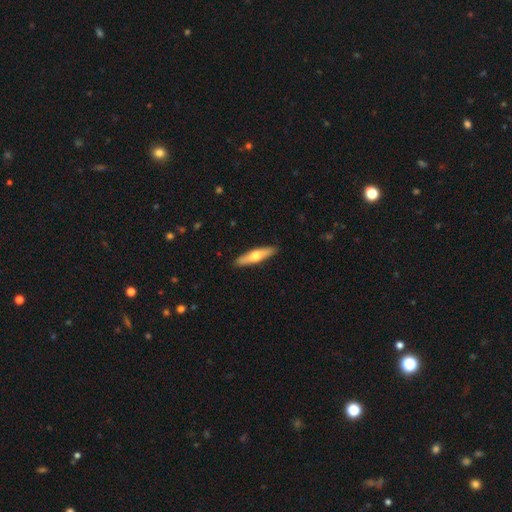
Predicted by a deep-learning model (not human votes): smooth 52%, featured or disk 43%, star or artifact 5%. Down the decision tree: how rounded — cigar-shaped (77%); merging — none (90%).